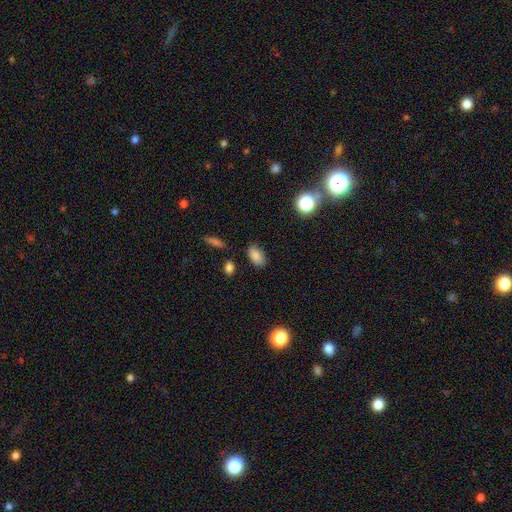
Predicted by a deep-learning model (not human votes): smooth 85%, star or artifact 9%, featured or disk 5%. Down the decision tree: how rounded — in between (92%); merging — none (81%).